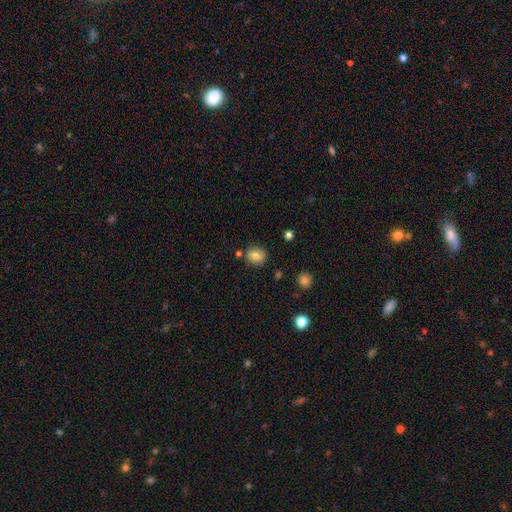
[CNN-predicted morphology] Smooth or featured: smooth — 80% (star or artifact — 10%)
How rounded: round — 69% (in between — 30%)
Merging: none — 80% (minor disturbance — 12%)